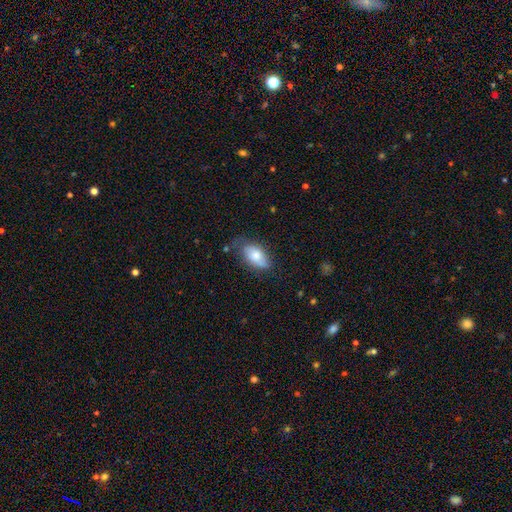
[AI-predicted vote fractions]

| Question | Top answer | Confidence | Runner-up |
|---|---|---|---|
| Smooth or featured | smooth | 70% | featured or disk (23%) |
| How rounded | in between | 92% | round (5%) |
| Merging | none | 58% | minor disturbance (30%) |